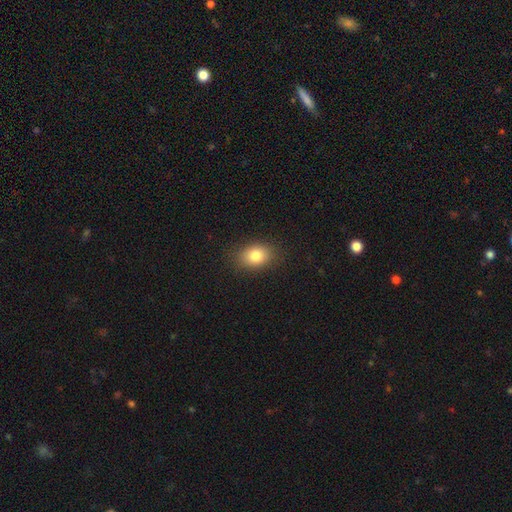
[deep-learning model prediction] A smooth galaxy with no disk features (82%) that is in between round and cigar-shaped (70%). Merging: none (86%).